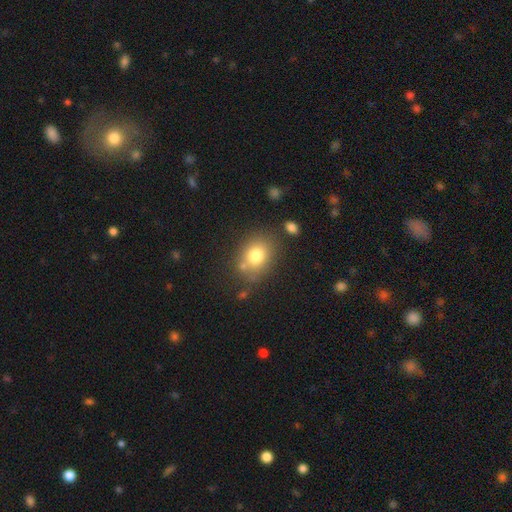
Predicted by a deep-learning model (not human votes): smooth_or_featured: smooth (p=0.76) [alt: featured or disk p=0.13]
how_rounded: in between (p=0.50) [alt: round p=0.49]
merging: none (p=0.70) [alt: minor disturbance p=0.15]